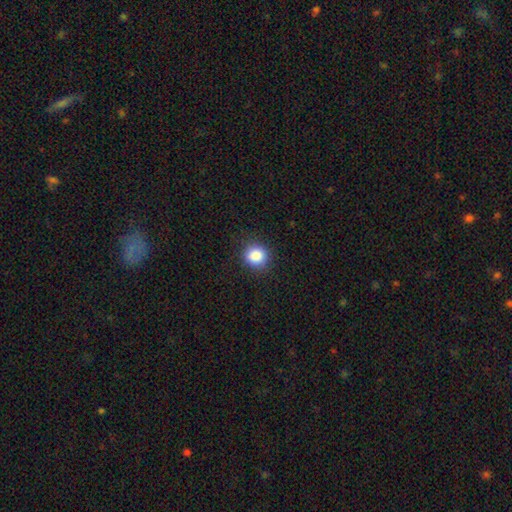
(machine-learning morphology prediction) type=smooth (87%); roundness=round (81%); merging=none (87%).